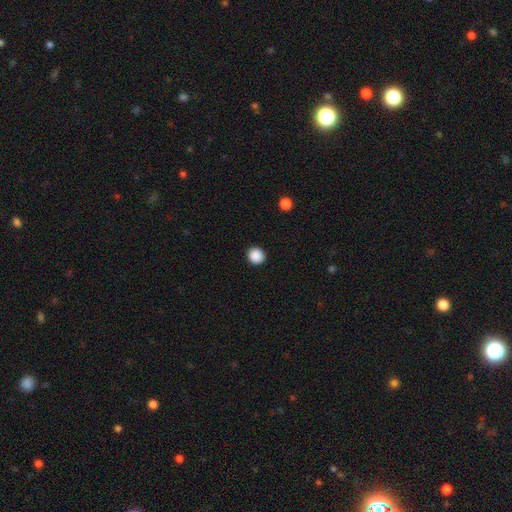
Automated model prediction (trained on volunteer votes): Smooth or featured?
  - smooth: 89% *
  - star or artifact: 9%
  - featured or disk: 2%
How rounded?
  - round: 92% *
  - in between: 7%
  - cigar-shaped: 1%
Merging?
  - none: 92% *
  - minor disturbance: 5%
  - major disturbance: 2%
  - merger: 1%